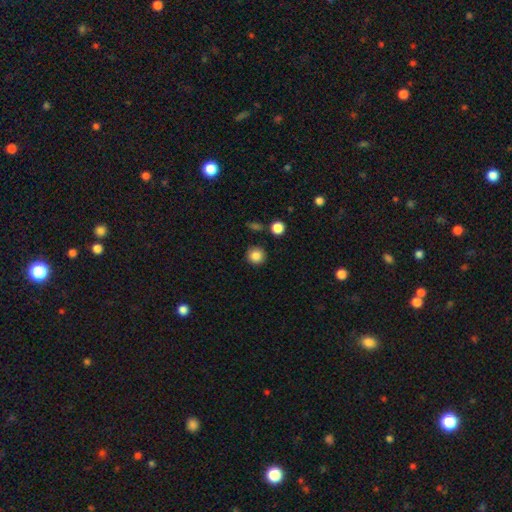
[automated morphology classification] This appears to be a smooth galaxy with no disk features (86%) that is round (94%). Merging: none (89%).